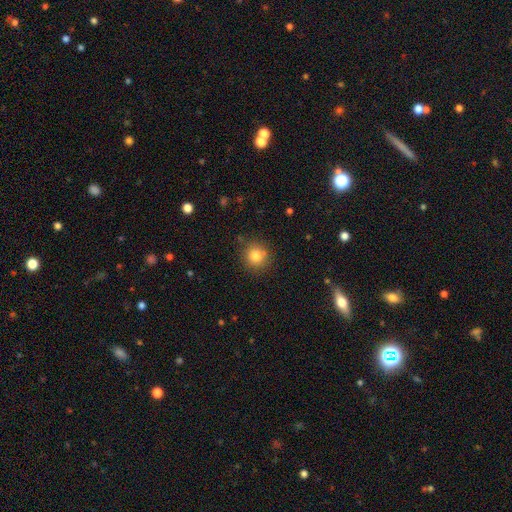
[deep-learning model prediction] Smooth or featured?
  - smooth: 81% *
  - star or artifact: 11%
  - featured or disk: 7%
How rounded?
  - round: 91% *
  - in between: 8%
  - cigar-shaped: 1%
Merging?
  - none: 85% *
  - minor disturbance: 10%
  - major disturbance: 3%
  - merger: 2%